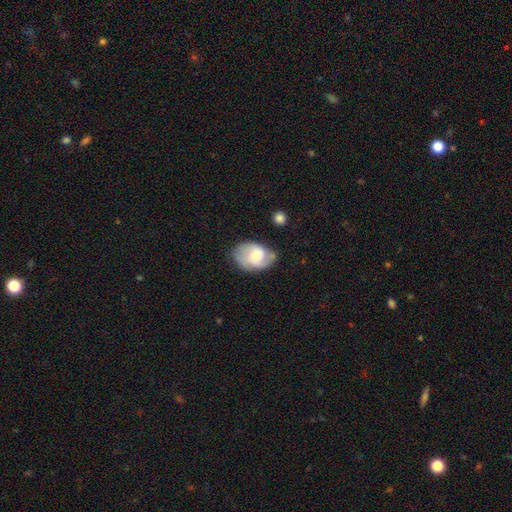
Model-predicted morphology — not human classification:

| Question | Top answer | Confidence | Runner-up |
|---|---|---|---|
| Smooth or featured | featured or disk | 54% | smooth (40%) |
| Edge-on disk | no | 97% | yes (3%) |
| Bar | no | 64% | weak (31%) |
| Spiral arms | yes | 84% | no (16%) |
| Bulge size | small | 46% | moderate (37%) |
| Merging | none | 54% | minor disturbance (30%) |